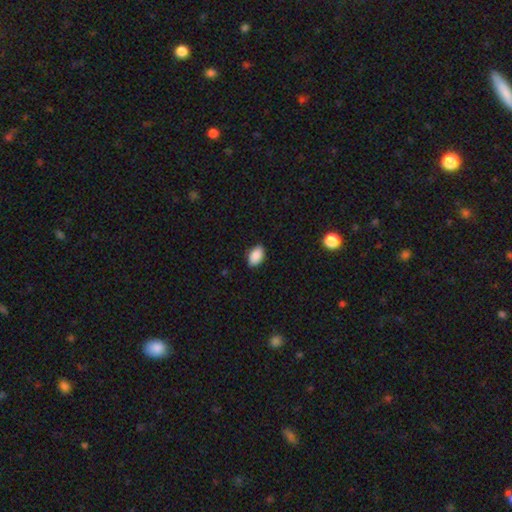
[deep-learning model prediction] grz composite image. It shows a smooth galaxy with no disk features (90%) that is in between round and cigar-shaped (91%). Merging: none (87%).